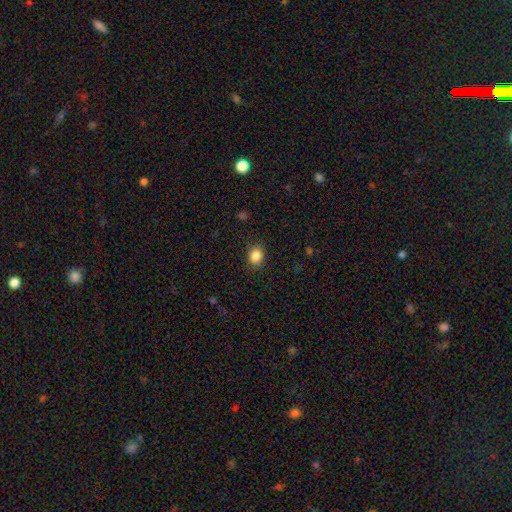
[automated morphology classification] Smooth or featured?
  - smooth: 86% *
  - star or artifact: 10%
  - featured or disk: 4%
How rounded?
  - round: 62% *
  - in between: 37%
  - cigar-shaped: 1%
Merging?
  - none: 87% *
  - minor disturbance: 9%
  - major disturbance: 3%
  - merger: 1%